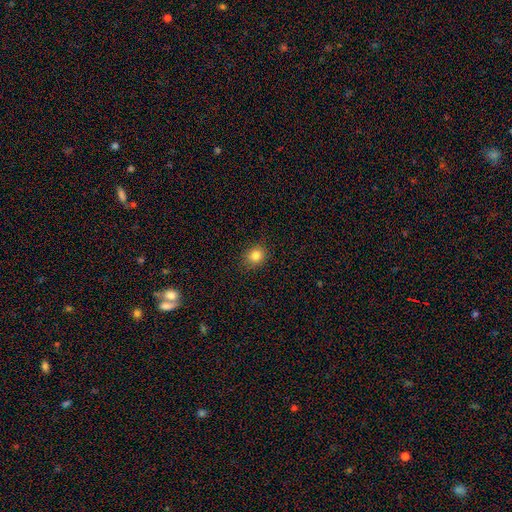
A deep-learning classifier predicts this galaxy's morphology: A smooth galaxy with no disk features (82%) that is round (72%). Merging: none (87%).